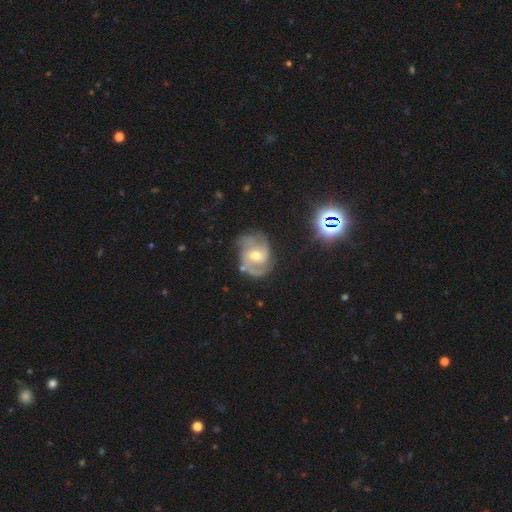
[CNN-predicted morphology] type=featured or disk (84%); edge-on=no (97%); bar=no (44%); spiral arms=yes (95%); winding=medium (51%); arm count=2 (53%); bulge=moderate (64%); merging=none (66%).